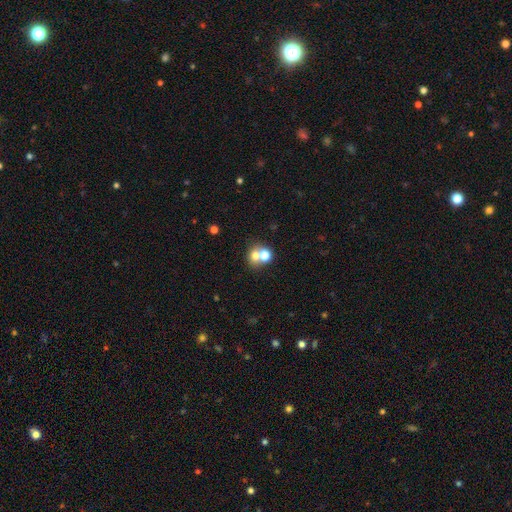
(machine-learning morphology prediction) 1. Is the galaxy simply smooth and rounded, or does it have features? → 67% smooth, 17% featured or disk, 15% star or artifact.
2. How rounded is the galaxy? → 72% round, 27% in between, 1% cigar-shaped.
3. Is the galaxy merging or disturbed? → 51% merger, 39% none, 7% minor disturbance, 4% major disturbance.